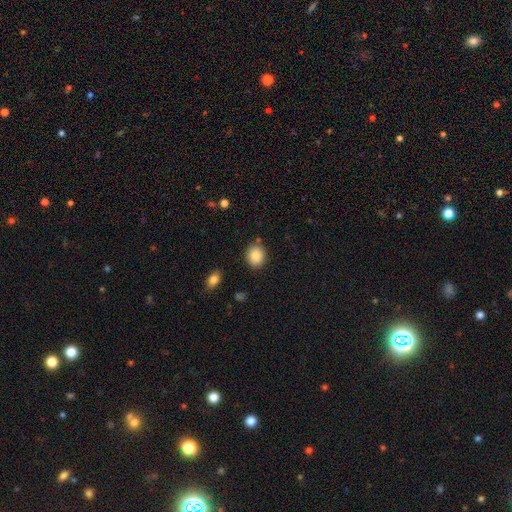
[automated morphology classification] type=smooth (86%); roundness=round (71%); merging=none (83%).